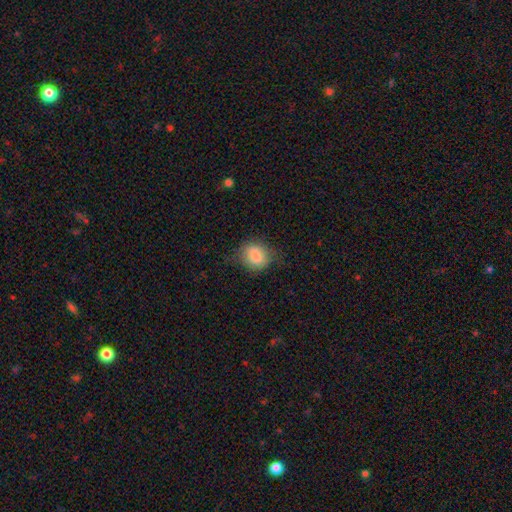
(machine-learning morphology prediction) This appears to be a smooth galaxy with no disk features (84%) that is round (50%). Merging: none (68%).